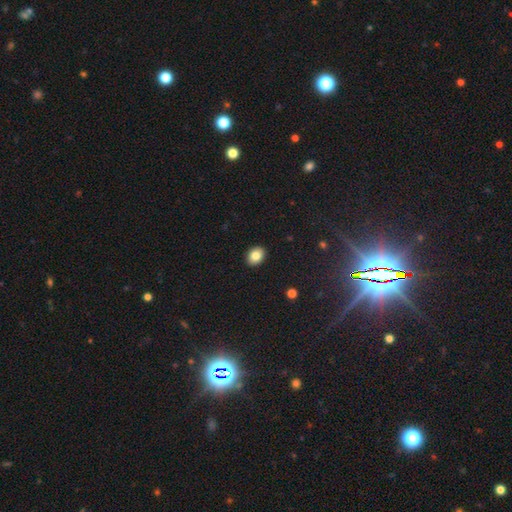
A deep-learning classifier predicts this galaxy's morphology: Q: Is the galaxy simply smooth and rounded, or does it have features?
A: smooth — 84%.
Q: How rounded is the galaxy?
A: in between — 65%.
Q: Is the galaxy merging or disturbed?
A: none — 91%.